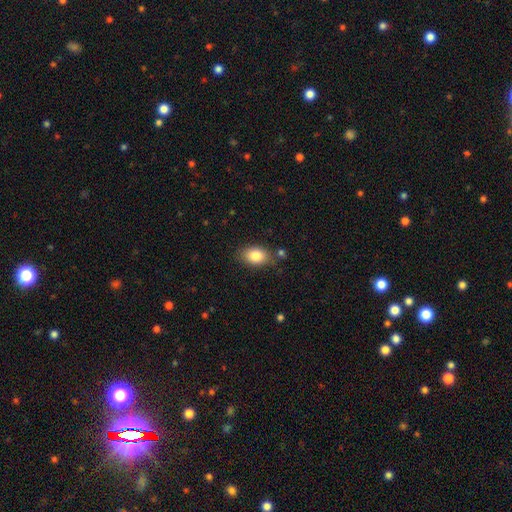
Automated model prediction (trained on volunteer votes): A smooth galaxy with no disk features (84%) that is in between round and cigar-shaped (83%).

Vote fractions:
- Smooth or featured? smooth: 84% / featured or disk: 8% / star or artifact: 8%
- How rounded? in between: 83% / round: 15% / cigar-shaped: 1%
- Merging? none: 79% / minor disturbance: 14% / merger: 4% / major disturbance: 3%